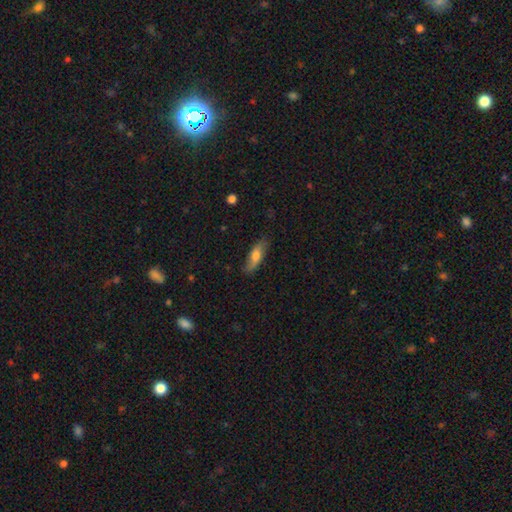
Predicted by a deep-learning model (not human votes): smooth-or-featured: smooth: 64% | featured or disk: 30% | star or artifact: 6%
  how-rounded: in between: 59% | cigar-shaped: 39% | round: 3%
  merging: none: 78% | minor disturbance: 17% | major disturbance: 3% | merger: 1%